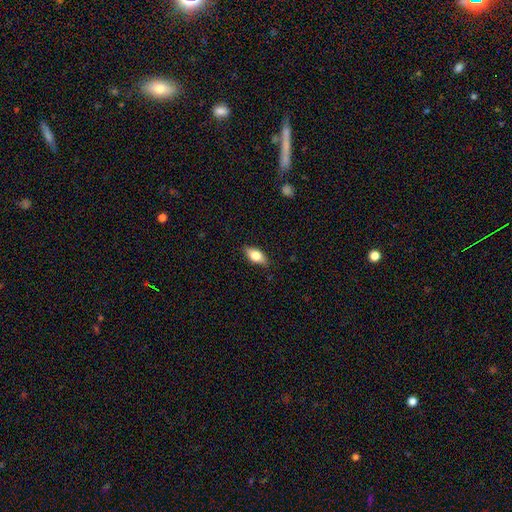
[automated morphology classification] Q: Smooth or featured?
A: smooth (70%); runner-up: featured or disk (23%)
Q: How rounded?
A: in between (84%); runner-up: cigar-shaped (12%)
Q: Merging?
A: none (85%); runner-up: minor disturbance (12%)